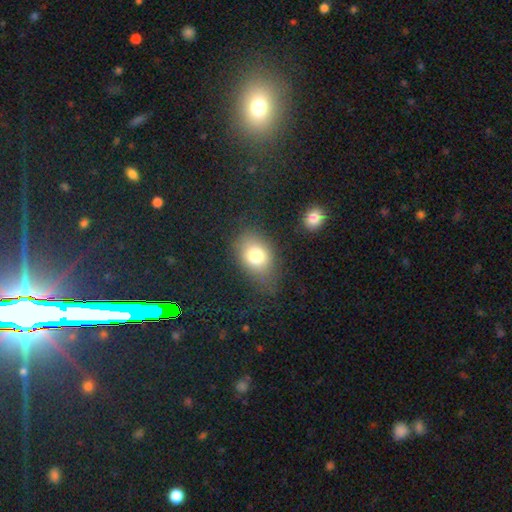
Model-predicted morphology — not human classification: smooth 76%, featured or disk 13%, star or artifact 11%. Down the decision tree: how rounded — in between (67%); merging — none (67%).